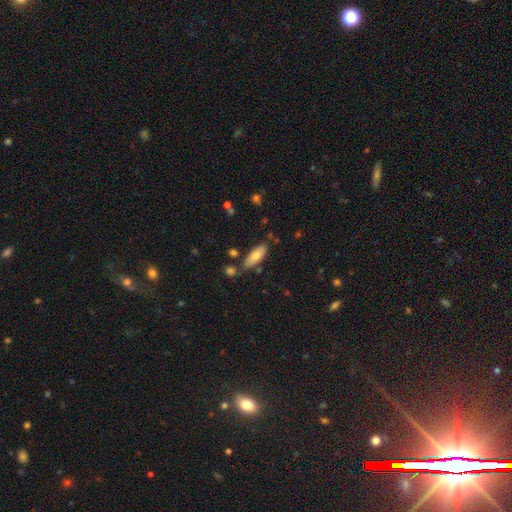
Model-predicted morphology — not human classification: smooth-or-featured: smooth: 75% | featured or disk: 18% | star or artifact: 7%
  how-rounded: in between: 64% | cigar-shaped: 34% | round: 2%
  merging: none: 75% | minor disturbance: 15% | merger: 7% | major disturbance: 3%